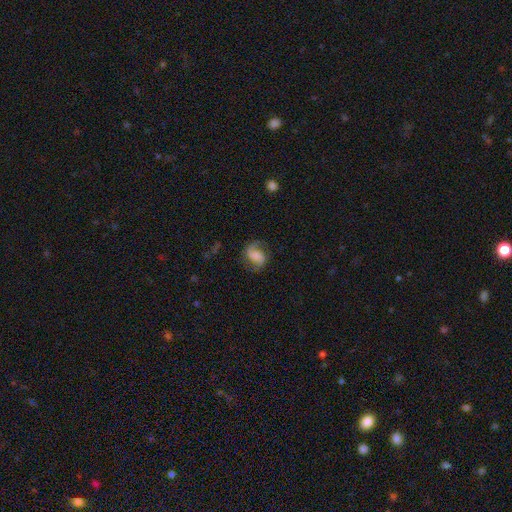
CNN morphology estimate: Overall: featured or disk (56%; smooth 36%). Edge-on disk: no (97%). Bar: no (45%; weak 39%). Spiral arms: yes (91%). Bulge size: none (30%; moderate 22%). Merging: none (65%).